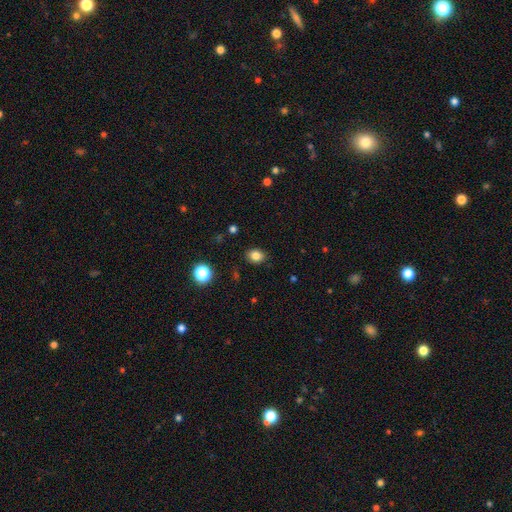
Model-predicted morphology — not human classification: type=smooth (82%); roundness=in between (53%); merging=none (87%).